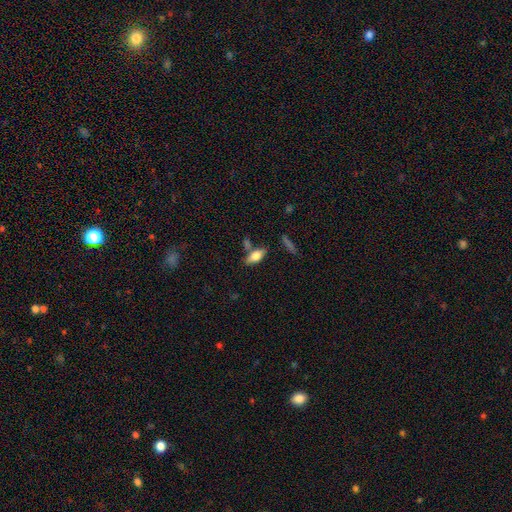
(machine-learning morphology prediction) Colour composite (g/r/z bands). It shows a smooth galaxy with no disk features (66%) that is in between round and cigar-shaped (75%). Merging: none (66%).